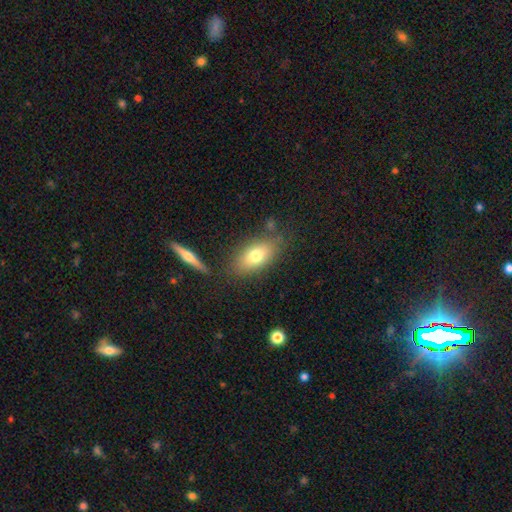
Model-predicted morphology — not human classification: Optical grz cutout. It shows a smooth galaxy with no disk features (73%) that is in between round and cigar-shaped (85%). Merging: none (75%).